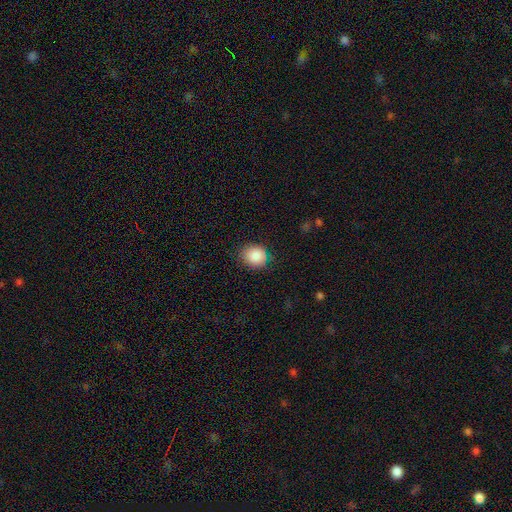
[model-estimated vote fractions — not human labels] A smooth galaxy with no disk features (88%) that is round (78%). Merging: none (83%).